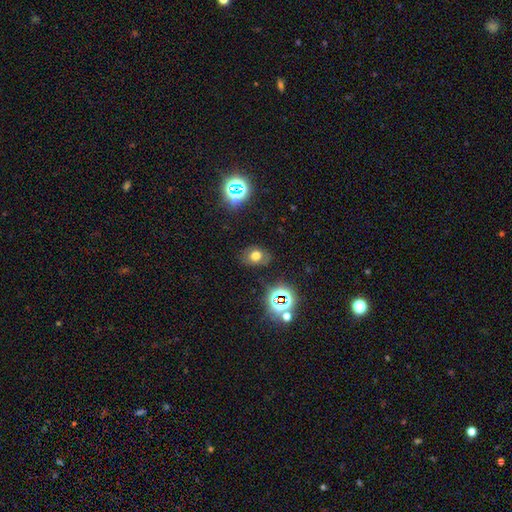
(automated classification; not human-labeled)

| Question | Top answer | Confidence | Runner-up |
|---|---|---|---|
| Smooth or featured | smooth | 61% | star or artifact (23%) |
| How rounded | in between | 62% | round (37%) |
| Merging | none | 77% | minor disturbance (15%) |